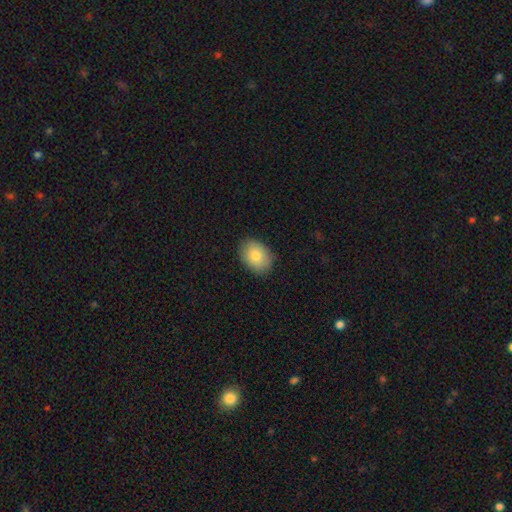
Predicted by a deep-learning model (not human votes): Q: Smooth or featured?
A: smooth (81%); runner-up: featured or disk (12%)
Q: How rounded?
A: in between (68%); runner-up: round (31%)
Q: Merging?
A: none (85%); runner-up: minor disturbance (11%)